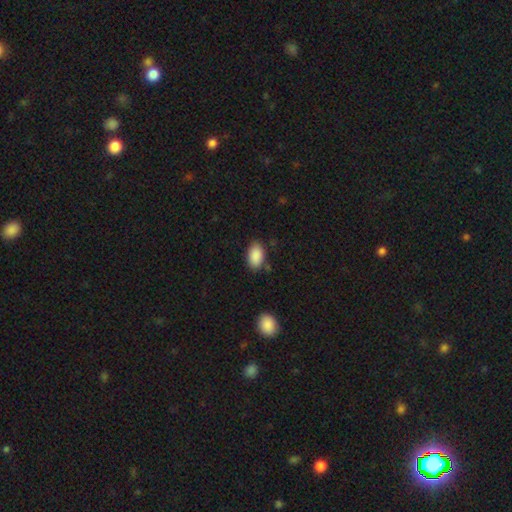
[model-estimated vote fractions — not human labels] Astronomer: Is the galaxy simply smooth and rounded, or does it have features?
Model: smooth — 90%.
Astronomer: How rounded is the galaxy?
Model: in between — 92%.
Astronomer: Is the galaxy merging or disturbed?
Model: none — 81%.